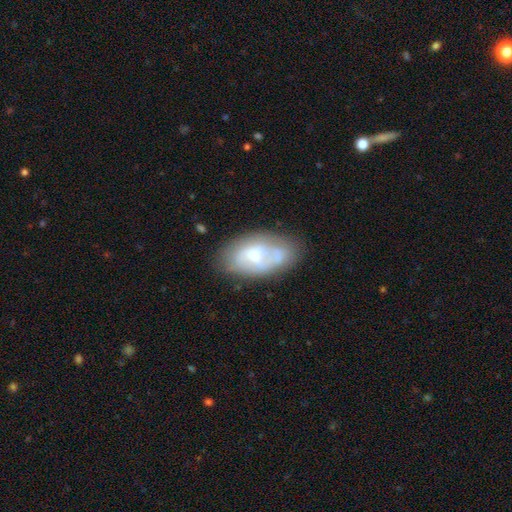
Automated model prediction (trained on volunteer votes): Smooth or featured?
  - featured or disk: 50% *
  - smooth: 42%
  - star or artifact: 8%
Merging?
  - none: 54% *
  - minor disturbance: 26%
  - major disturbance: 12%
  - merger: 9%